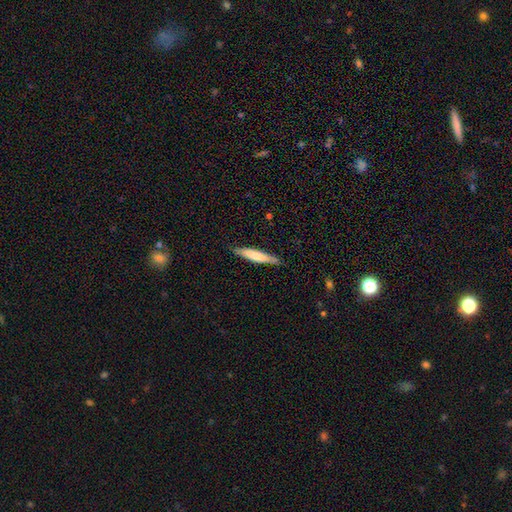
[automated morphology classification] Smooth or featured? smooth (69%)
How rounded? cigar-shaped (90%)
Merging? none (86%)